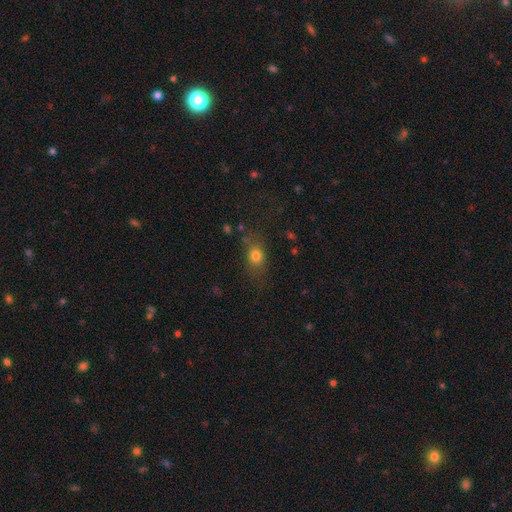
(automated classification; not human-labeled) smooth_or_featured: smooth (p=0.75) [alt: star or artifact p=0.14]
how_rounded: in between (p=0.54) [alt: round p=0.41]
merging: none (p=0.71) [alt: minor disturbance p=0.18]